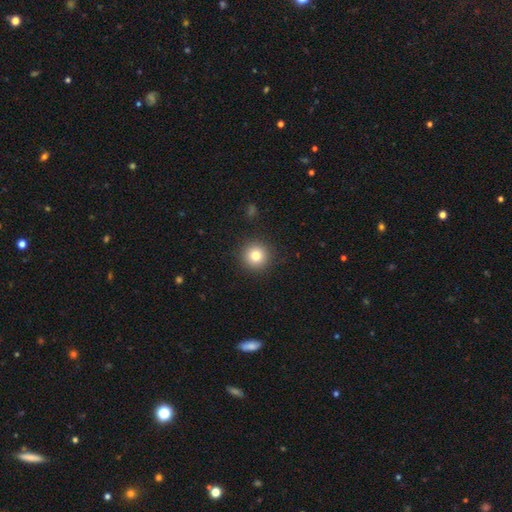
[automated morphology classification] Overall: smooth (80%). How rounded: round (95%). Merging: none (91%).